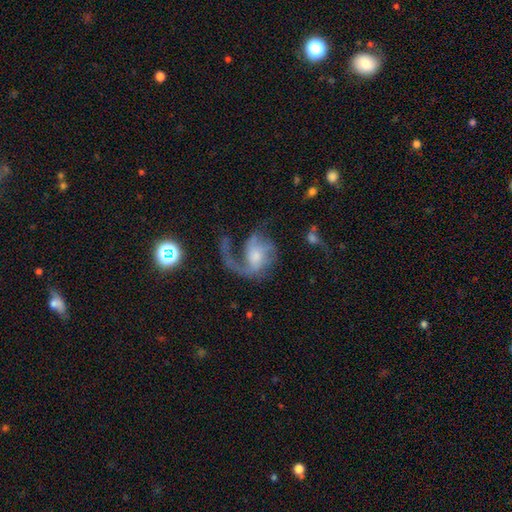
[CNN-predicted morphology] smooth-or-featured: featured or disk: 78% | smooth: 15% | star or artifact: 8%
  disk-edge-on: no: 98% | yes: 2%
    bar: no: 61% | weak: 31% | strong: 7%
    has-spiral-arms: yes: 91% | no: 9%
      spiral-winding: loose: 56% | medium: 34% | tight: 10%
      spiral-arm-count: 1: 66% | 2: 18% | can't tell: 6% | 3: 6% | 4: 2% | more than 4: 2%
    bulge-size: moderate: 39% | small: 26% | large: 17% | none: 15% | dominant: 3%
  merging: major disturbance: 49% | none: 33% | minor disturbance: 14% | merger: 5%